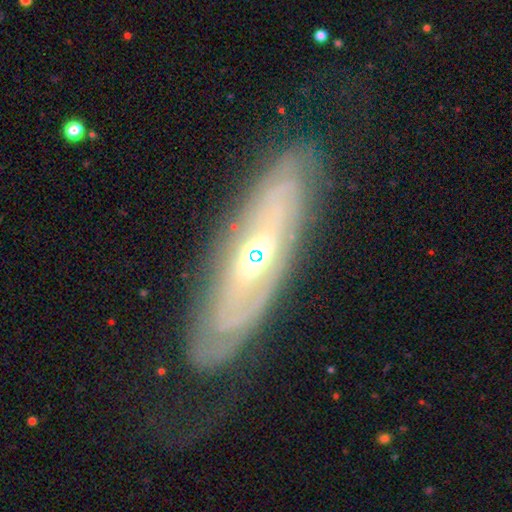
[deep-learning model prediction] A featured or disk galaxy (79%) with no bar (59%), spiral arms (75%) and a moderate central bulge (64%).

Vote fractions:
- Smooth or featured? featured or disk: 79% / smooth: 14% / star or artifact: 6%
- Edge-on disk? no: 73% / yes: 27%
- Bar? no: 59% / weak: 27% / strong: 14%
- Spiral arms? yes: 75% / no: 25%
- Bulge size? moderate: 64% / small: 21% / large: 12% / dominant: 2% / none: 1%
- Merging? none: 70% / minor disturbance: 18% / major disturbance: 11% / merger: 1%